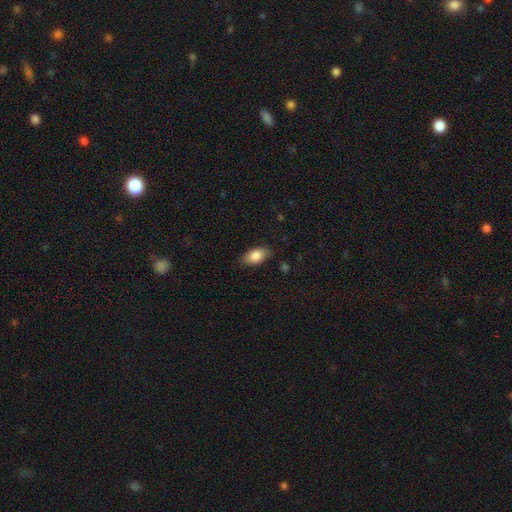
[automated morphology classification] Smooth or featured: smooth — 83% (featured or disk — 10%)
How rounded: in between — 90% (round — 7%)
Merging: none — 82% (minor disturbance — 14%)